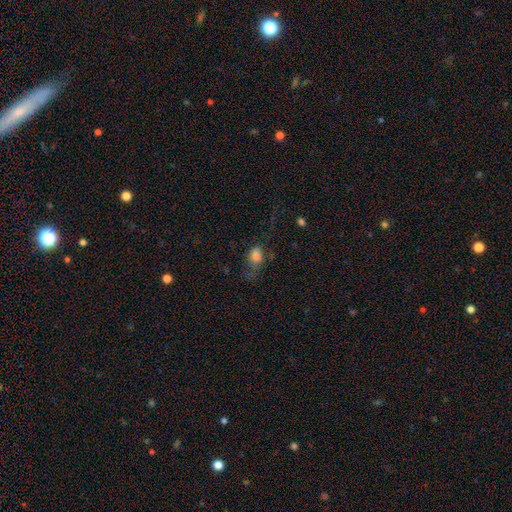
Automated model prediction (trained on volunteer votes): A smooth galaxy with no disk features (77%) that is in between round and cigar-shaped (75%). Merging: none (39%).